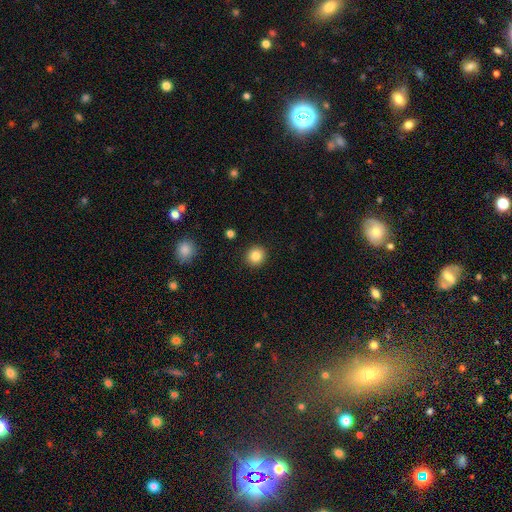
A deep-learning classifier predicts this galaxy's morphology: This is clearly a smooth galaxy (84%). How rounded: clearly round (92%). Merging: clearly none (93%).